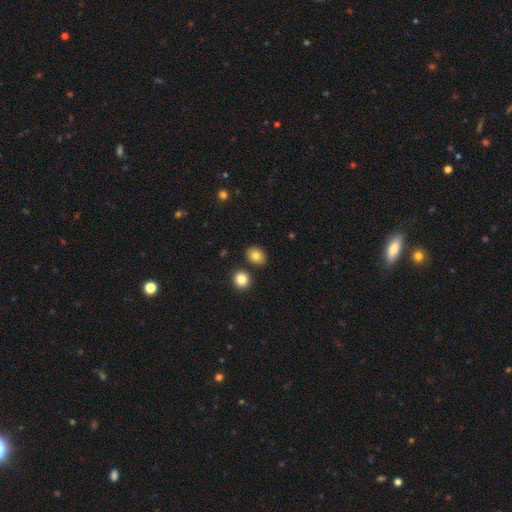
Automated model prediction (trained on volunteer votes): smooth-or-featured: smooth: 82% | star or artifact: 9% | featured or disk: 9%
  how-rounded: in between: 59% | round: 39% | cigar-shaped: 1%
  merging: none: 82% | minor disturbance: 9% | merger: 7% | major disturbance: 2%